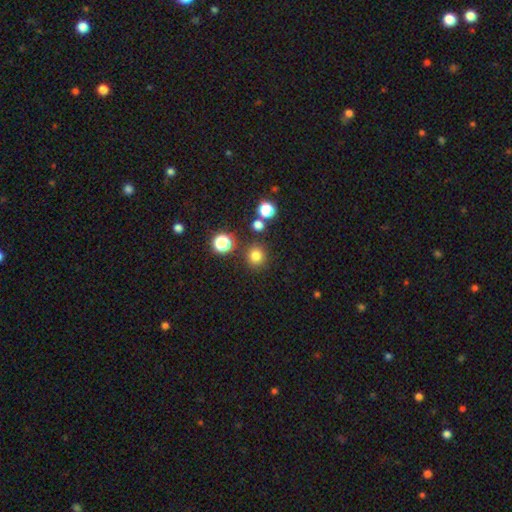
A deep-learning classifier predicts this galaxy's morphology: smooth_or_featured: smooth (p=0.78) [alt: star or artifact p=0.17]
how_rounded: round (p=0.91) [alt: in between p=0.09]
merging: none (p=0.85) [alt: minor disturbance p=0.07]